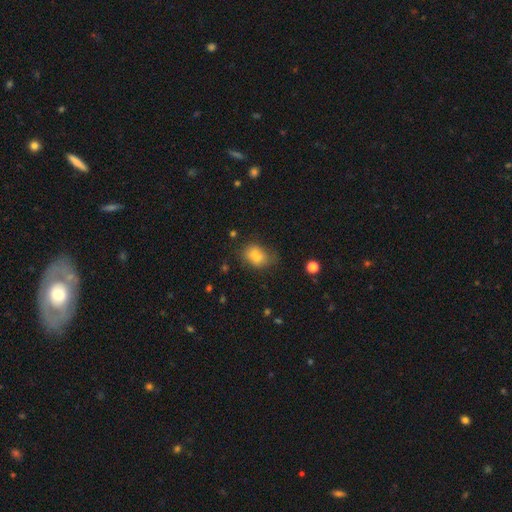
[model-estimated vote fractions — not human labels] Smooth or featured? Predicted: smooth (p=0.79). How rounded? Predicted: in between (p=0.67). Merging? Predicted: none (p=0.64).